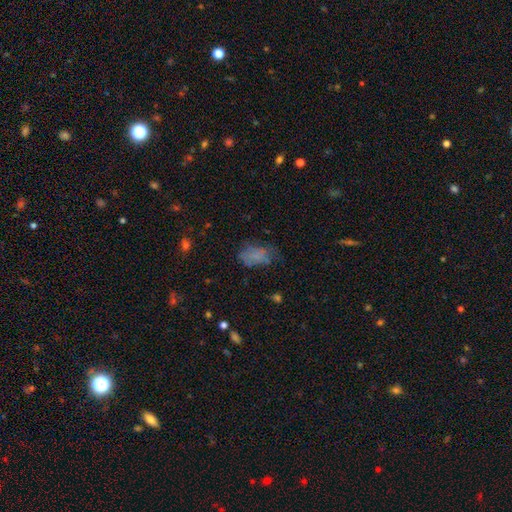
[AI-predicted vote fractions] smooth_or_featured: smooth (p=0.65) [alt: featured or disk p=0.20]
how_rounded: in between (p=0.88) [alt: round p=0.09]
merging: none (p=0.46) [alt: minor disturbance p=0.30]